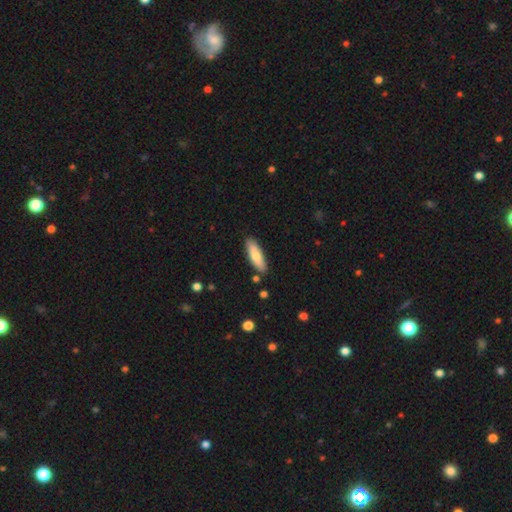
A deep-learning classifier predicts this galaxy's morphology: This appears to be a smooth galaxy with no disk features (74%) that is cigar-shaped (50%). Merging: none (86%).